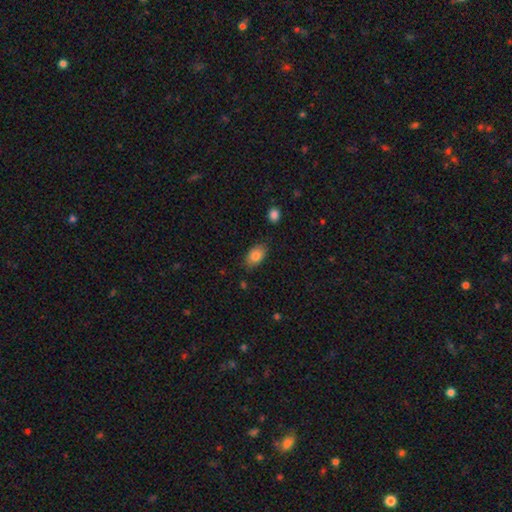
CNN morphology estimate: This appears to be a smooth galaxy with no disk features (85%) that is in between round and cigar-shaped (88%). Merging: none (78%).